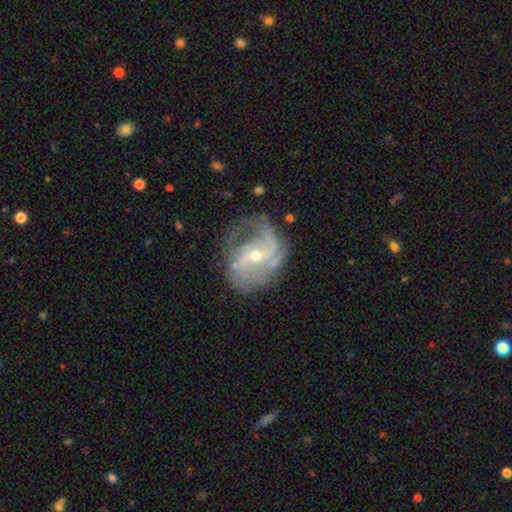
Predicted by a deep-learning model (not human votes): The model was most divided on "bar" (2-way tie): no: 42%, weak: 42%, strong: 17%. Remaining: edge-on disk — no (97%); spiral arms — yes (94%); smooth or featured — featured or disk (86%); merging — none (59%); bulge size — small (56%); spiral winding — medium (45%); spiral arm count — 2 (39%).